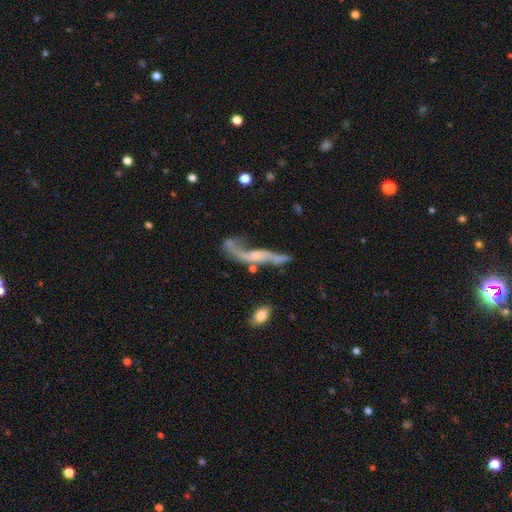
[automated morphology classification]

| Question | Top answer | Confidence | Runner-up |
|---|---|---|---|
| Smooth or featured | featured or disk | 73% | smooth (19%) |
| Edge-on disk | no | 69% | yes (31%) |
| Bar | no | 60% | weak (28%) |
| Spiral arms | yes | 76% | no (24%) |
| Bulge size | small | 49% | none (26%) |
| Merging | none | 35% | major disturbance (29%) |